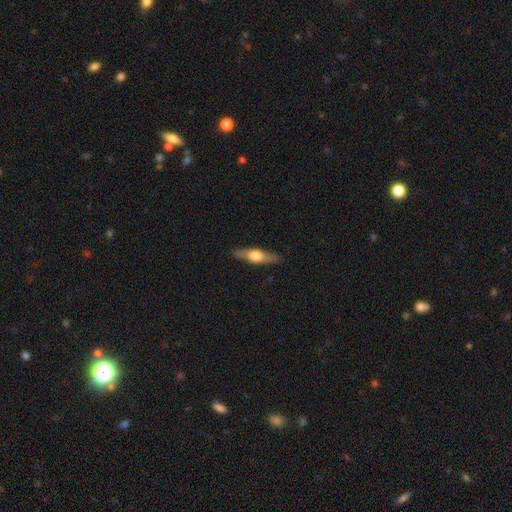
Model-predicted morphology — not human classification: Smooth or featured? Predicted: featured or disk (p=0.53). Edge-on disk? Predicted: yes (p=0.91). Merging? Predicted: none (p=0.89).